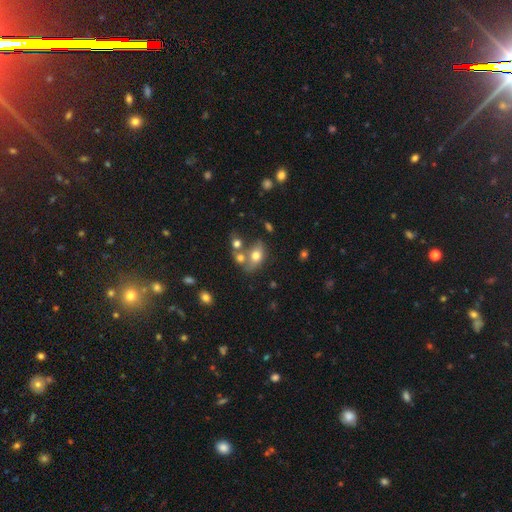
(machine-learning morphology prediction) Smooth or featured?
  - smooth: 65% *
  - featured or disk: 23%
  - star or artifact: 12%
How rounded?
  - in between: 74% *
  - round: 23%
  - cigar-shaped: 3%
Merging?
  - merger: 39% *
  - none: 38%
  - minor disturbance: 14%
  - major disturbance: 9%